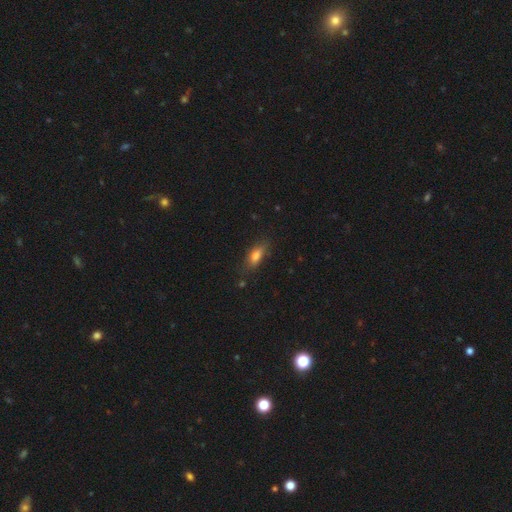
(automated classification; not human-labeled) Smooth or featured? Predicted: smooth (p=0.77). How rounded? Predicted: in between (p=0.75). Merging? Predicted: none (p=0.74).